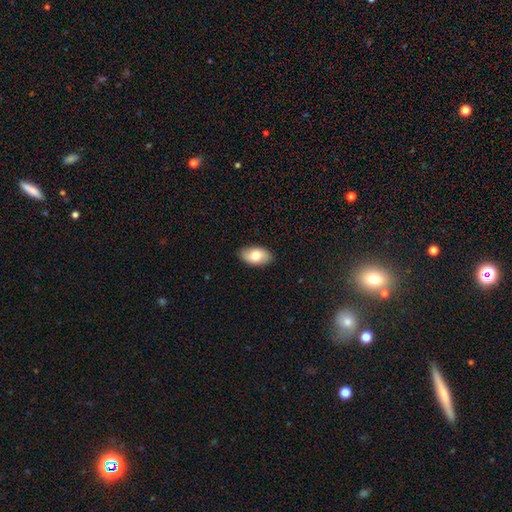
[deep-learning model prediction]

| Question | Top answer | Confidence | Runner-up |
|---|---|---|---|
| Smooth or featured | smooth | 75% | featured or disk (19%) |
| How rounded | in between | 94% | round (4%) |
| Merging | none | 87% | minor disturbance (10%) |